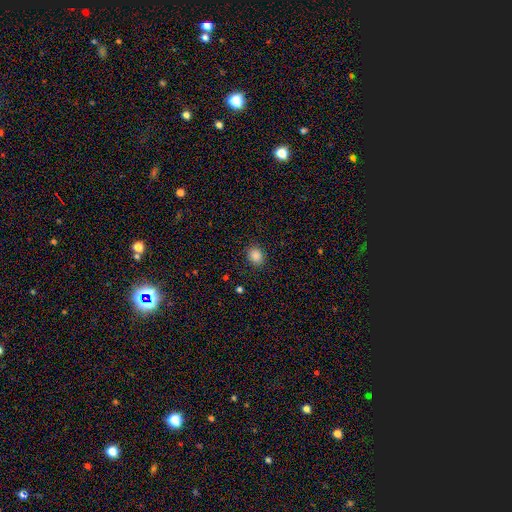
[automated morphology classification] A smooth galaxy with no disk features (86%) that is round (58%).

Vote fractions:
- Smooth or featured? smooth: 86% / star or artifact: 10% / featured or disk: 4%
- How rounded? round: 58% / in between: 41% / cigar-shaped: 1%
- Merging? none: 87% / minor disturbance: 9% / major disturbance: 3% / merger: 1%